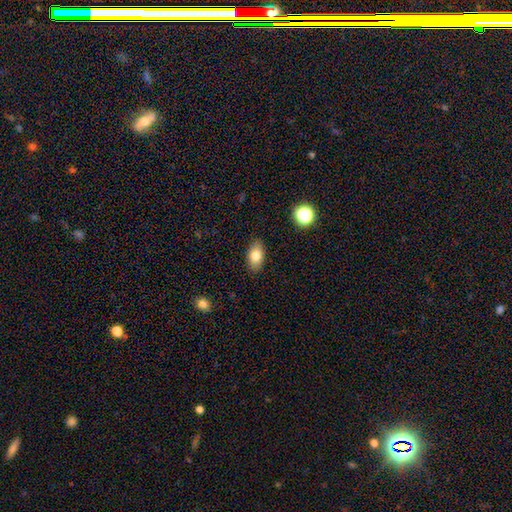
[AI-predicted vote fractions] A smooth galaxy with no disk features (81%) that is in between round and cigar-shaped (91%). Merging: none (87%).